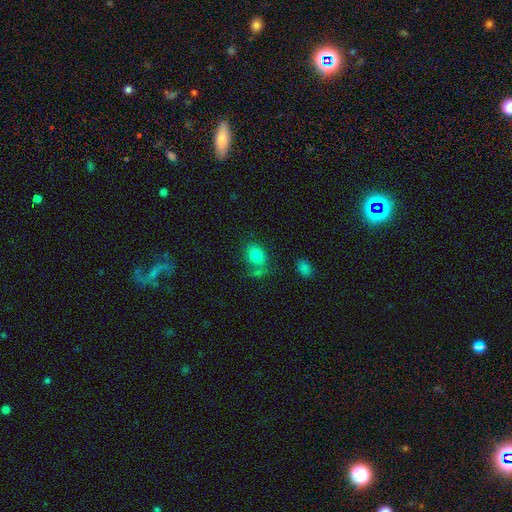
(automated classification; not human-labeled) smooth-or-featured: smooth: 81% | star or artifact: 10% | featured or disk: 9%
  how-rounded: in between: 58% | round: 41% | cigar-shaped: 1%
  merging: none: 57% | merger: 18% | minor disturbance: 17% | major disturbance: 8%